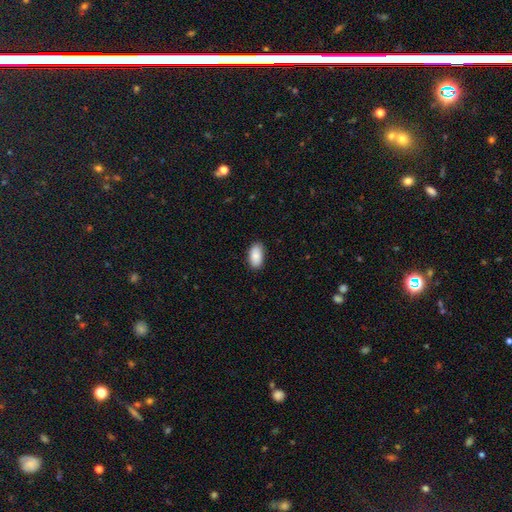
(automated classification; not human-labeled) A smooth galaxy with no disk features (88%) that is in between round and cigar-shaped (94%). Merging: none (86%).